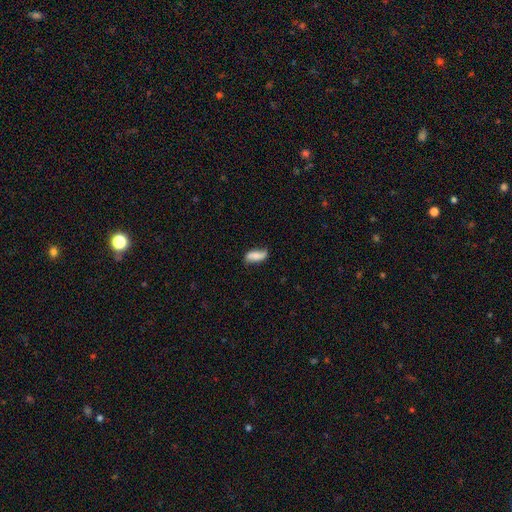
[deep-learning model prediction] Smooth or featured? smooth (57%)
How rounded? in between (81%)
Merging? none (67%)